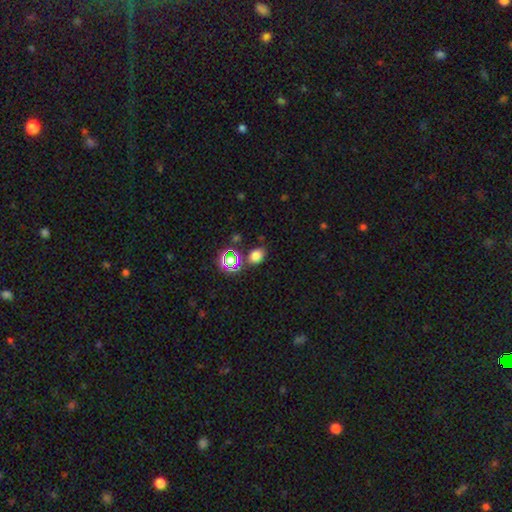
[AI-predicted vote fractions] Morphology: type=smooth (72%); roundness=in between (55%); merging=none (77%).